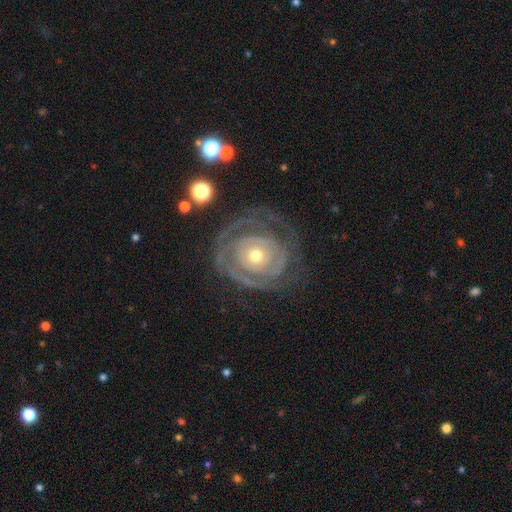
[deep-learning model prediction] Smooth or featured: featured or disk — 81% (smooth — 14%)
Edge-on disk: no — 97% (yes — 3%)
Bar: no — 85% (weak — 11%)
Spiral arms: yes — 76% (no — 24%)
Spiral winding: tight — 76% (medium — 16%)
Spiral arm count: can't tell — 39% (2 — 23%)
Bulge size: moderate — 47% (tied with small — 47%)
Merging: none — 60% (major disturbance — 19%)